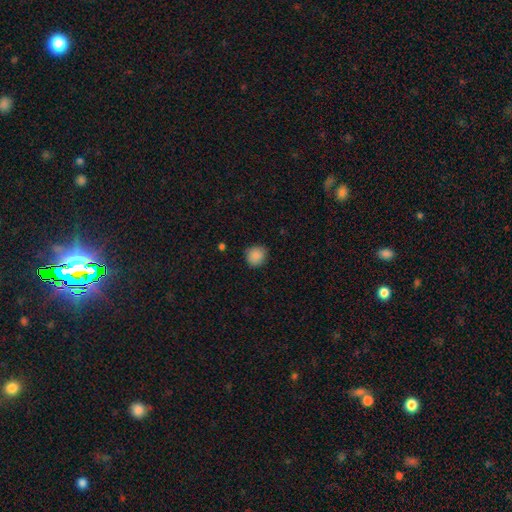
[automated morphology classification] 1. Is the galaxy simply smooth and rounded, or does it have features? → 88% smooth, 9% star or artifact, 3% featured or disk.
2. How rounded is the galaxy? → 88% round, 11% in between, 1% cigar-shaped.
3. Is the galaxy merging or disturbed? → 86% none, 10% minor disturbance, 2% major disturbance, 1% merger.